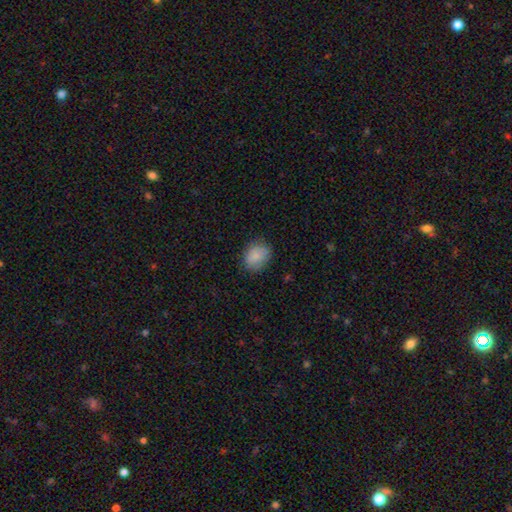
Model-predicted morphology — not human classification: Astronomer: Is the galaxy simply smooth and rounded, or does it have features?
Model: smooth — 86%.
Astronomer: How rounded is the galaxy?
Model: in between — 55% (runner-up: round, 44%).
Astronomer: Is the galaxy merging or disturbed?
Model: none — 79%.